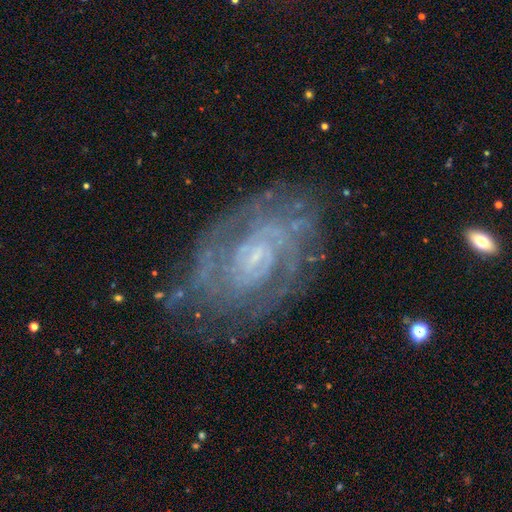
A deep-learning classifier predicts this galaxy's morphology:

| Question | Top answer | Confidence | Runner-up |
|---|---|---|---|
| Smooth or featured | featured or disk | 86% | smooth (7%) |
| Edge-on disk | no | 97% | yes (3%) |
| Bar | no | 57% | weak (34%) |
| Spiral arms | yes | 94% | no (6%) |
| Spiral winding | tight | 67% | medium (27%) |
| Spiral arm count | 2 | 39% | can't tell (31%) |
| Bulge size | small | 71% | moderate (14%) |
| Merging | none | 74% | minor disturbance (17%) |